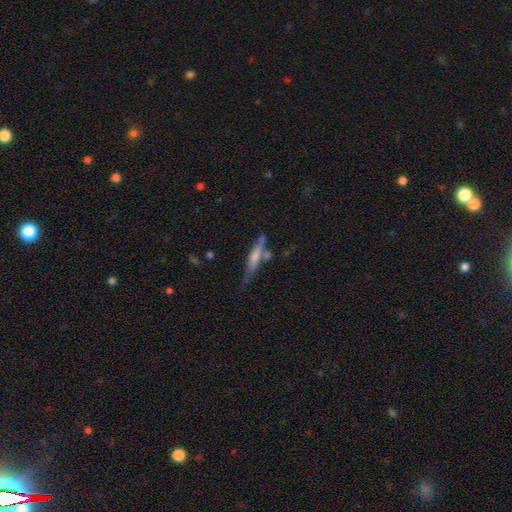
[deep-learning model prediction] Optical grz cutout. It shows a smooth galaxy with no disk features (58%) that is cigar-shaped (85%). Merging: none (54%).